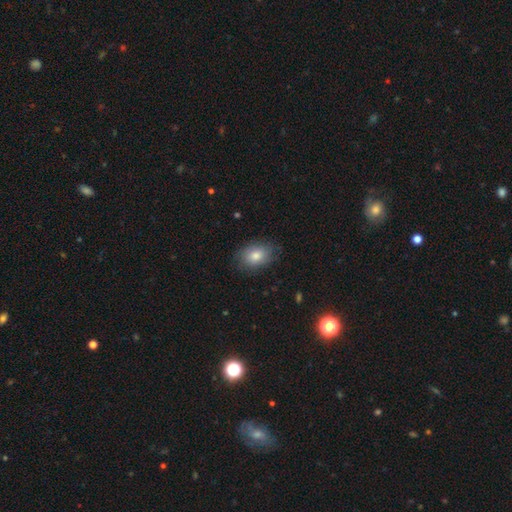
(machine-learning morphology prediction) smooth_or_featured: smooth (p=0.76) [alt: featured or disk p=0.15]
how_rounded: in between (p=0.78) [alt: round p=0.21]
merging: none (p=0.80) [alt: minor disturbance p=0.15]